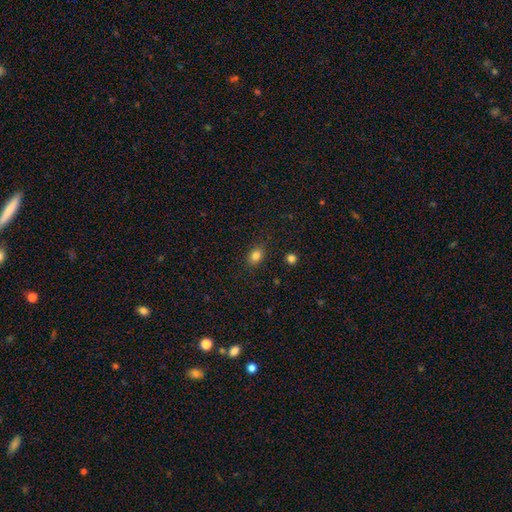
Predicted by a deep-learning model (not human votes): The model was most divided on "how rounded": in between: 62%, round: 36%, cigar-shaped: 1%. More confident: merging — none (86%); smooth or featured — smooth (83%).